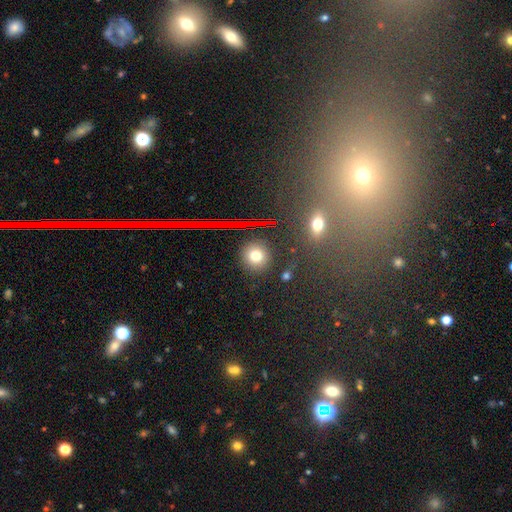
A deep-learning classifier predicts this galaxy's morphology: type=smooth (73%); roundness=round (89%); merging=none (86%).